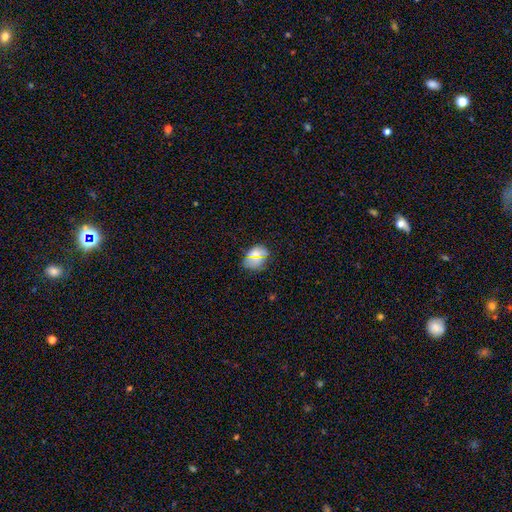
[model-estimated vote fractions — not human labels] This appears to be a smooth galaxy with no disk features (72%) that is in between round and cigar-shaped (60%). Merging: none (83%).